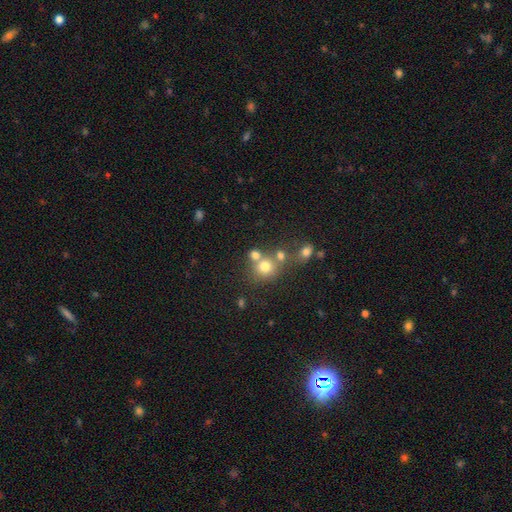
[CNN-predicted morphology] Q: Smooth or featured?
A: smooth (46%); runner-up: star or artifact (41%)
Q: Merging?
A: none (51%); runner-up: merger (38%)